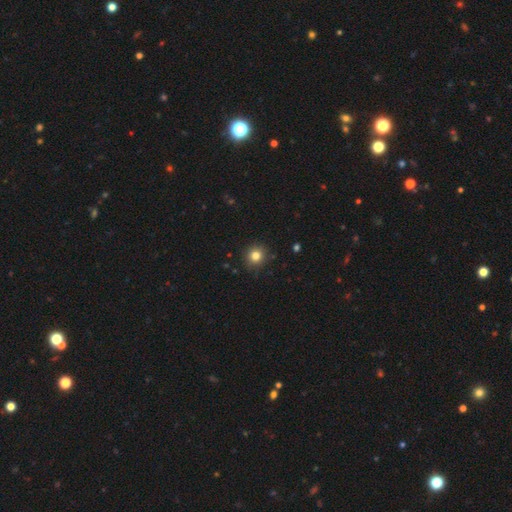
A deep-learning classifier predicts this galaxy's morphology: Overall: smooth (82%). How rounded: round (92%). Merging: none (89%).